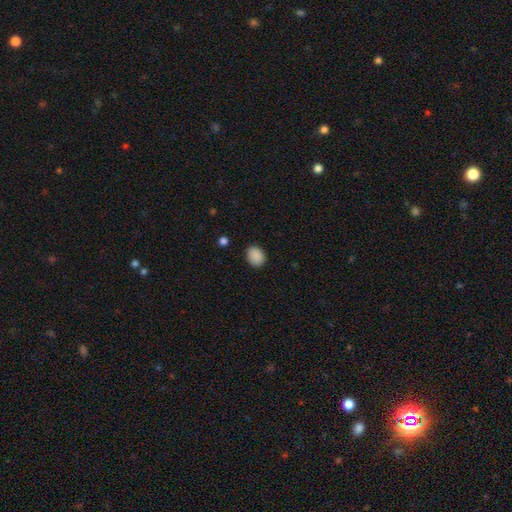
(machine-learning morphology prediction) smooth_or_featured: smooth (p=0.89) [alt: star or artifact p=0.08]
how_rounded: in between (p=0.57) [alt: round p=0.42]
merging: none (p=0.87) [alt: minor disturbance p=0.10]